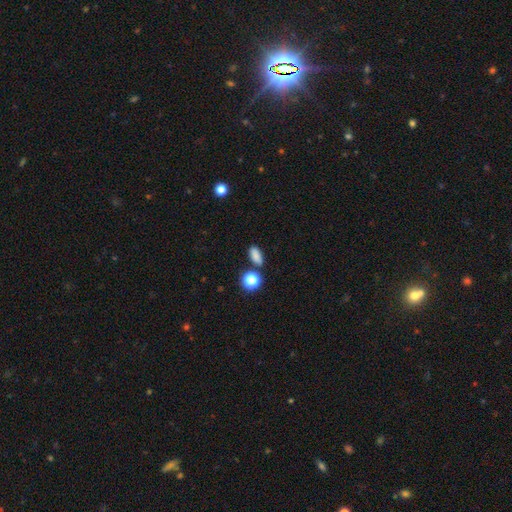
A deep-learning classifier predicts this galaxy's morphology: This is clearly a smooth galaxy (81%). How rounded: likely in between (77%). Merging: likely none (75%).